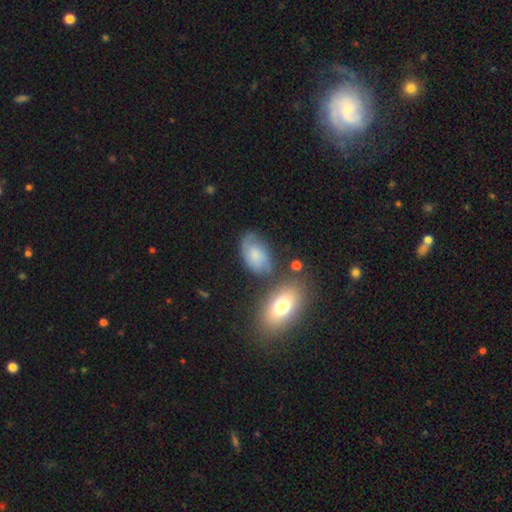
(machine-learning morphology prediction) Smooth or featured? Predicted: smooth (p=0.47). Merging? Predicted: none (p=0.58).